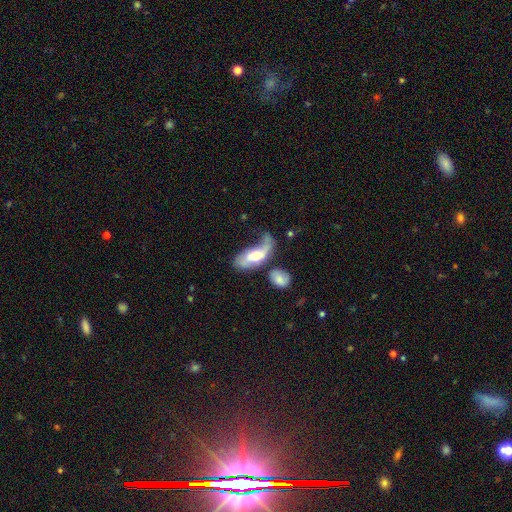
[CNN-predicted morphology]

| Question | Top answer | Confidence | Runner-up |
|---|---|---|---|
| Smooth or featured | featured or disk | 49% | smooth (44%) |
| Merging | major disturbance | 37% | merger (23%) |